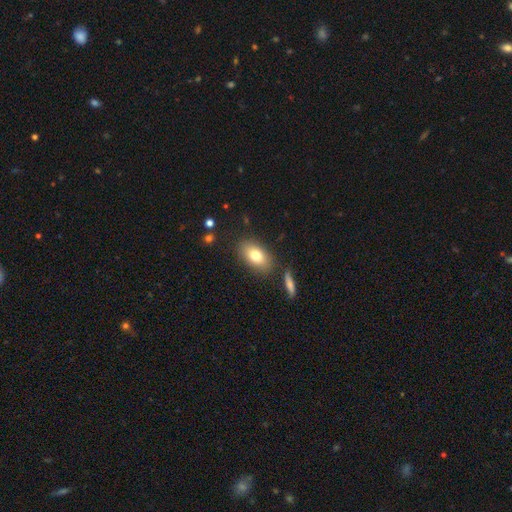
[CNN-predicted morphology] smooth 76%, featured or disk 16%, star or artifact 8%. Down the decision tree: how rounded — in between (89%); merging — none (81%).